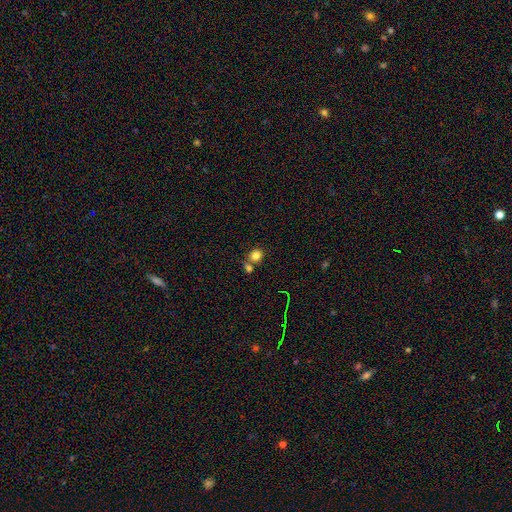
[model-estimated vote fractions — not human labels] smooth_or_featured: smooth (p=0.81) [alt: star or artifact p=0.12]
how_rounded: round (p=0.79) [alt: in between p=0.20]
merging: none (p=0.58) [alt: merger p=0.30]